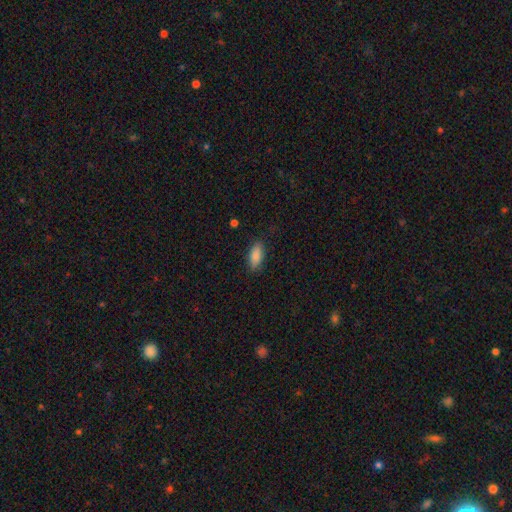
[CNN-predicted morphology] type=smooth (87%); roundness=in between (84%); merging=none (85%).